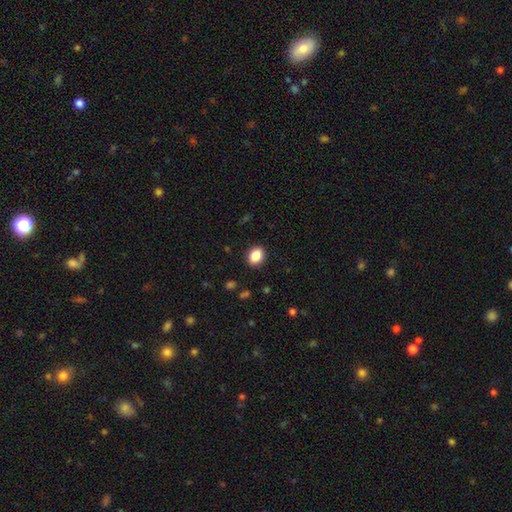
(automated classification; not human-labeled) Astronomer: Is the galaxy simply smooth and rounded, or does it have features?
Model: smooth — 88%.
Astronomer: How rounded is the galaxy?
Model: in between — 59% (runner-up: round, 40%).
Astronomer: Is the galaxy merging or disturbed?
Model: none — 90%.